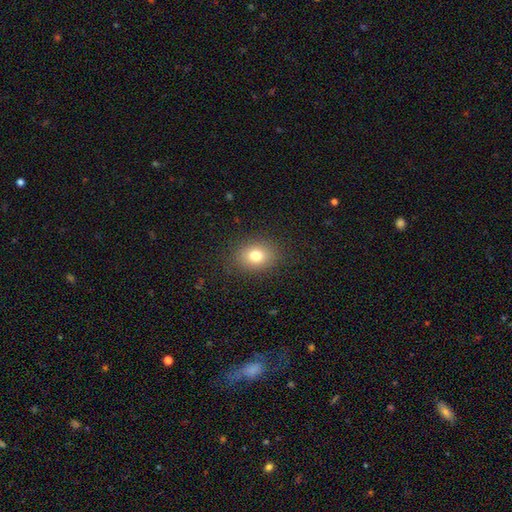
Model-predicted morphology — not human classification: This appears to be a smooth galaxy with no disk features (78%) that is in between round and cigar-shaped (50%). Merging: none (87%).